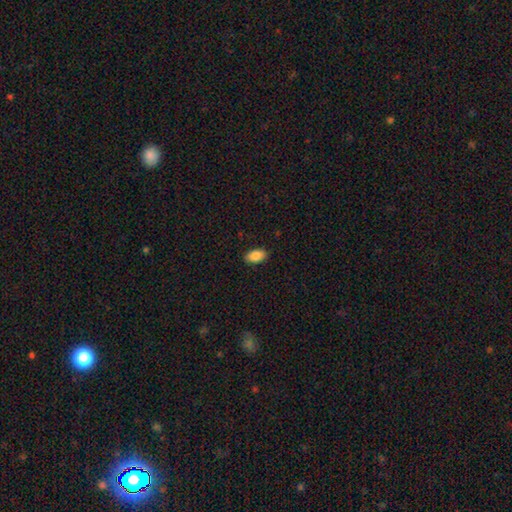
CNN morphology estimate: type=smooth (88%); roundness=in between (93%); merging=none (89%).